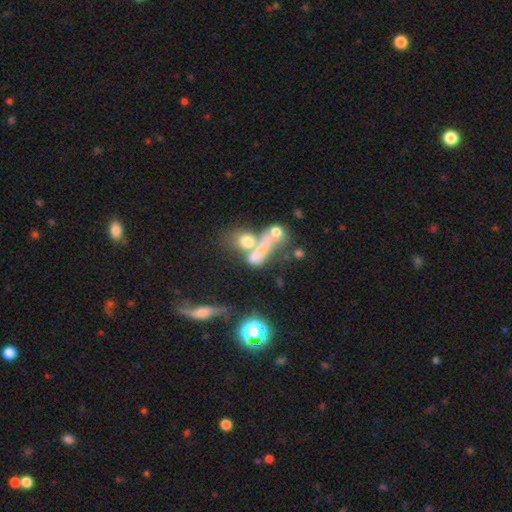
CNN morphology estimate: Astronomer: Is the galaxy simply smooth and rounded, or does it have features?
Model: smooth — 55%.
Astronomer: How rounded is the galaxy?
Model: cigar-shaped — 39% (runner-up: in between, 38%).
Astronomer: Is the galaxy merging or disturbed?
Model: merger — 48% (runner-up: none, 25%).